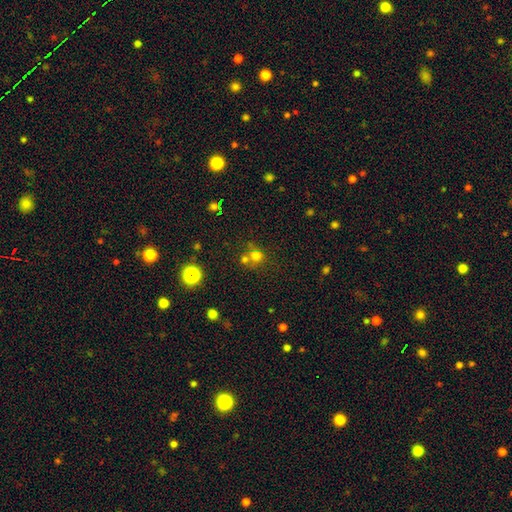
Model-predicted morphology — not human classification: smooth 69%, star or artifact 21%, featured or disk 11%. Down the decision tree: how rounded — round (85%); merging — none (51%).